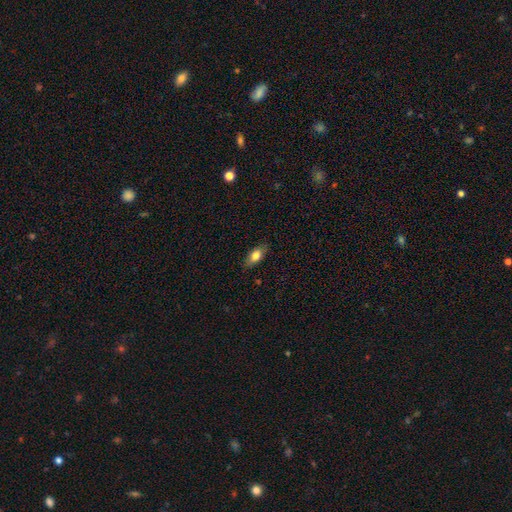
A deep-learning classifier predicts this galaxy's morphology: Overall: smooth (77%). How rounded: in between (83%). Merging: none (84%).